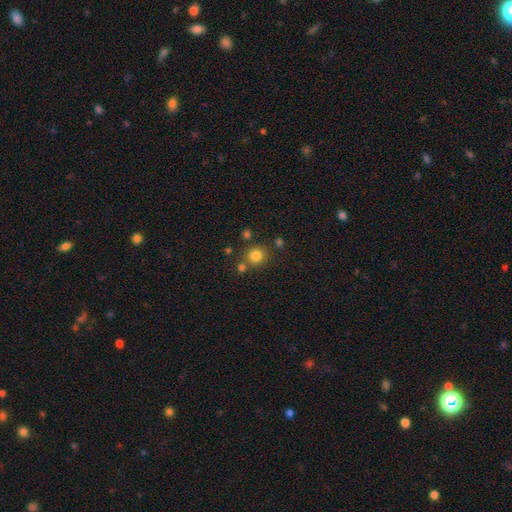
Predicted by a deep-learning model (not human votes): Q: Smooth or featured?
A: smooth (82%); runner-up: star or artifact (13%)
Q: How rounded?
A: round (89%); runner-up: in between (10%)
Q: Merging?
A: none (76%); runner-up: merger (12%)